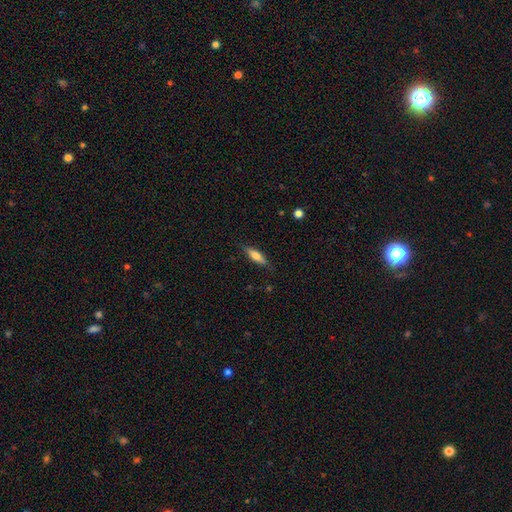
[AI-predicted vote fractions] A smooth galaxy with no disk features (61%) that is cigar-shaped (59%). Merging: none (82%).